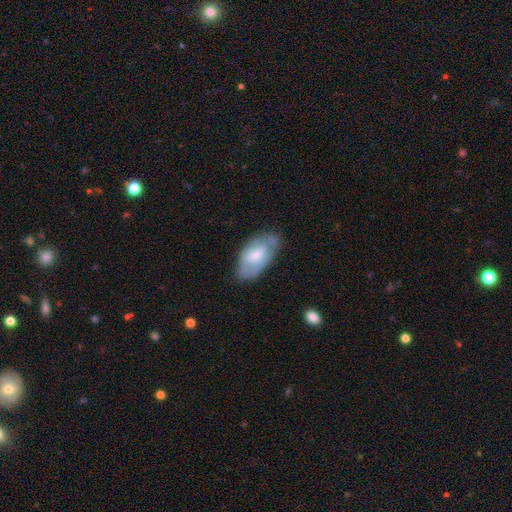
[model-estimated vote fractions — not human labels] This appears to be a smooth galaxy with no disk features (56%) that is in between round and cigar-shaped (94%). Merging: none (63%).